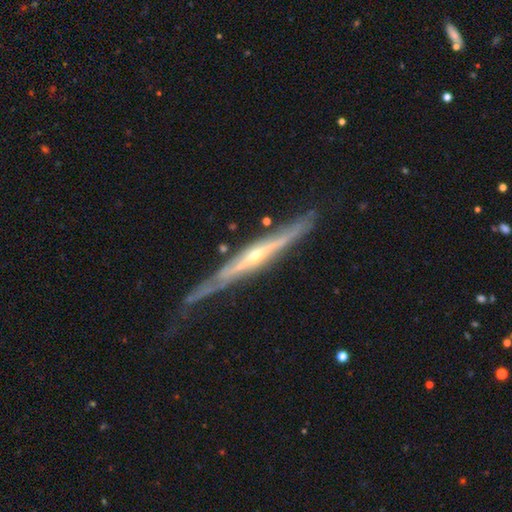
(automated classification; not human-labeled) Smooth or featured: featured or disk — 83% (smooth — 12%)
Edge-on disk: yes — 91% (no — 9%)
Edge-on bulge: rounded — 69% (none — 26%)
Merging: none — 58% (minor disturbance — 29%)